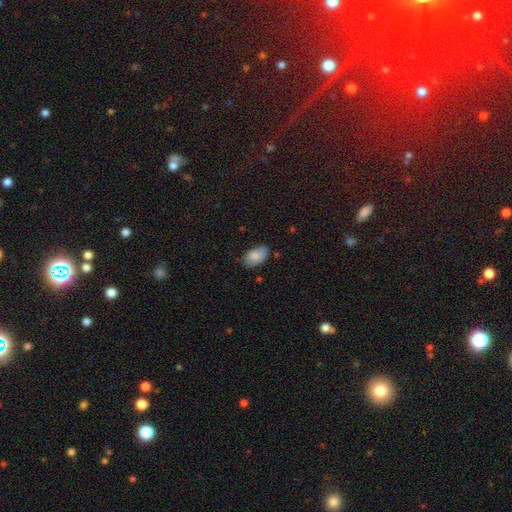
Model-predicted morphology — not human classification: Smooth or featured: smooth — 85% (featured or disk — 8%)
How rounded: in between — 93% (round — 5%)
Merging: none — 73% (minor disturbance — 22%)